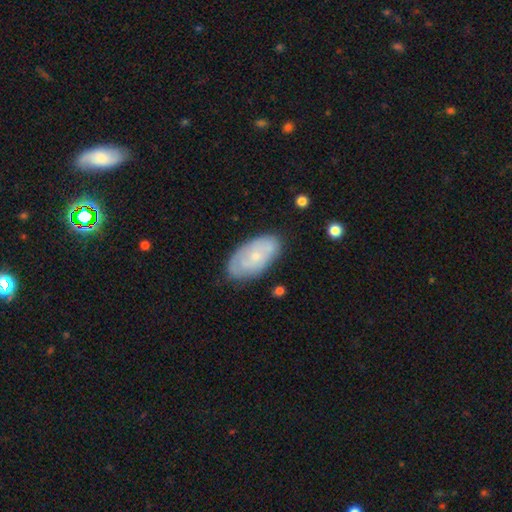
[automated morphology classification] A featured or disk galaxy (48%). Merging: none (75%).